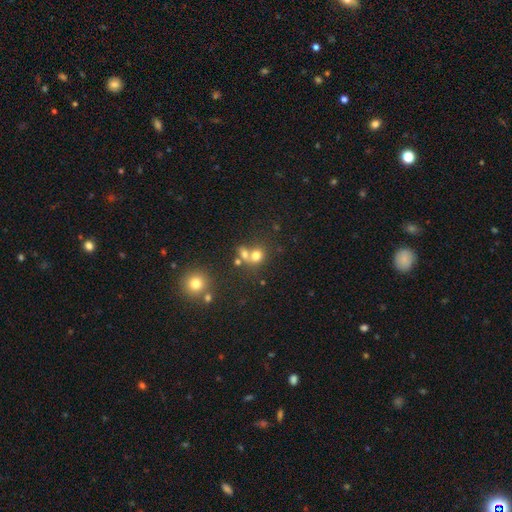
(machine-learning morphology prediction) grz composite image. It shows a smooth galaxy with no disk features (71%) that is round (75%). Merging: none (44%).